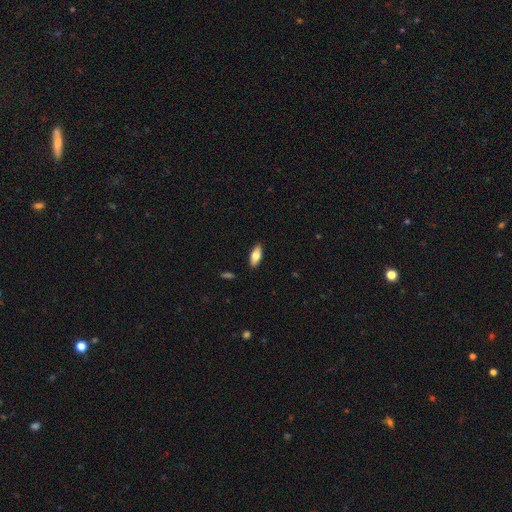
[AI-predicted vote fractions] smooth_or_featured: smooth (p=0.72) [alt: featured or disk p=0.22]
how_rounded: in between (p=0.79) [alt: cigar-shaped p=0.18]
merging: none (p=0.89) [alt: minor disturbance p=0.08]